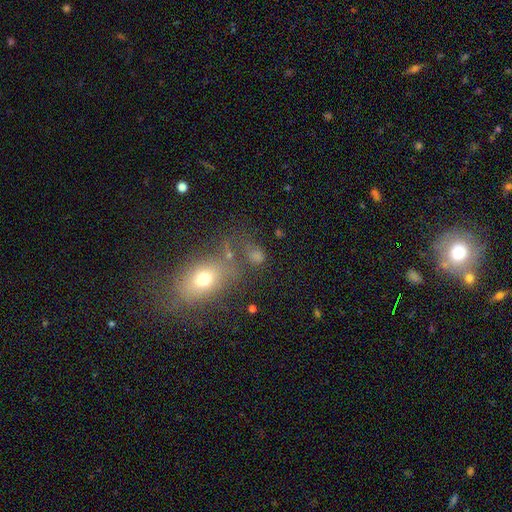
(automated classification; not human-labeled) A smooth galaxy with no disk features (58%) that is in between round and cigar-shaped (63%). Merging: none (58%).